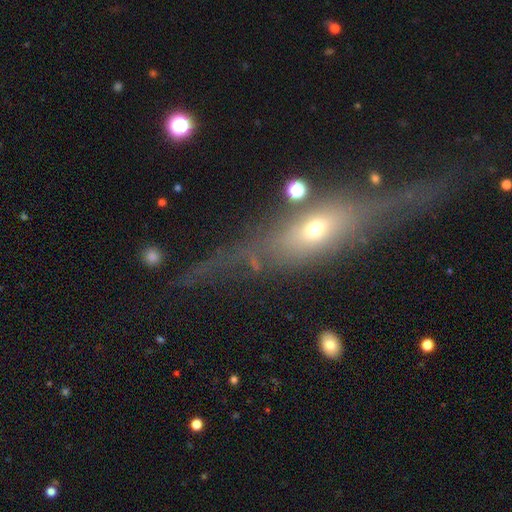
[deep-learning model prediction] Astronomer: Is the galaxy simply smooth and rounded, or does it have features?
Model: featured or disk — 70%.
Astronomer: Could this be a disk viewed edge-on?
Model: yes — 77%.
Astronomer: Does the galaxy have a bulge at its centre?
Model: rounded — 81%.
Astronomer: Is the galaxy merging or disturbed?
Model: none — 66%.